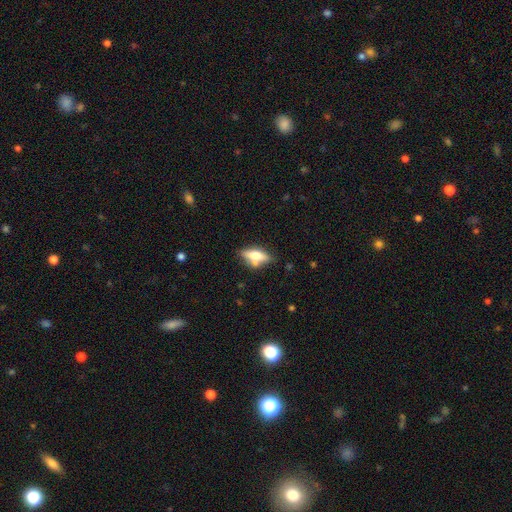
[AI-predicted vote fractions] smooth_or_featured: smooth (p=0.46) [tied with: featured or disk p=0.46]
merging: none (p=0.65) [alt: minor disturbance p=0.17]